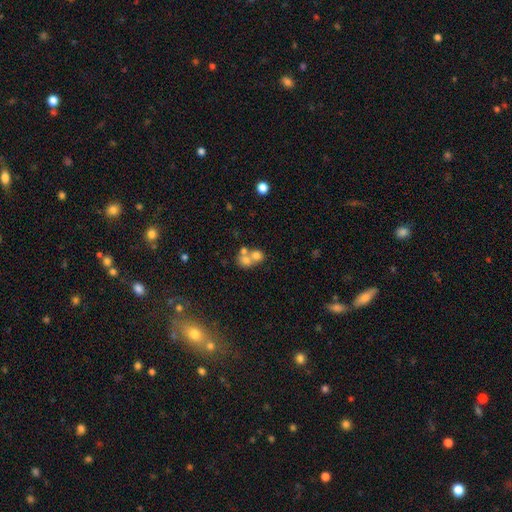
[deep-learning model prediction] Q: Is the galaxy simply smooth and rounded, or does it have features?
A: smooth — 64%.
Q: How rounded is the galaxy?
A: round — 71%.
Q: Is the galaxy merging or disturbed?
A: merger — 64%.